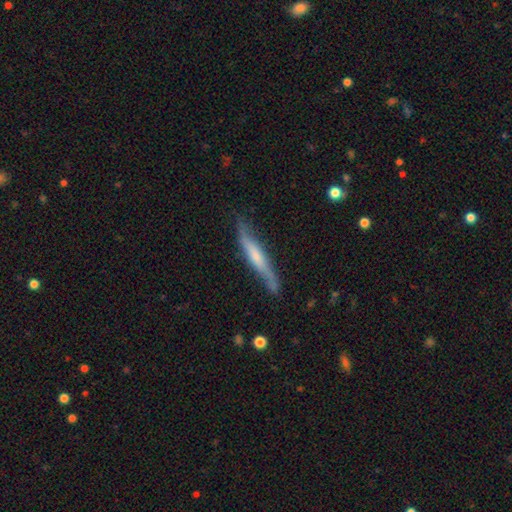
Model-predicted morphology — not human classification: This appears to be a featured or disk galaxy (56%) viewed edge-on (84%). Merging: none (71%).